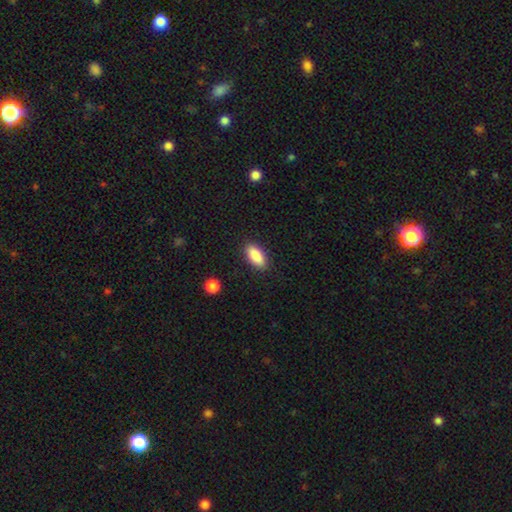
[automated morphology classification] The model was most divided on "how rounded": in between: 84%, cigar-shaped: 13%, round: 2%. More confident: merging — none (88%); smooth or featured — smooth (88%).